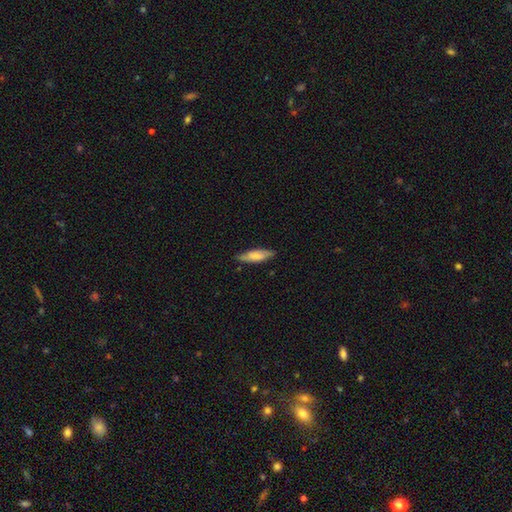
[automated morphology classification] Smooth or featured?
  - smooth: 66% *
  - featured or disk: 28%
  - star or artifact: 6%
How rounded?
  - cigar-shaped: 51% *
  - in between: 47%
  - round: 2%
Merging?
  - none: 80% *
  - minor disturbance: 17%
  - major disturbance: 3%
  - merger: 1%